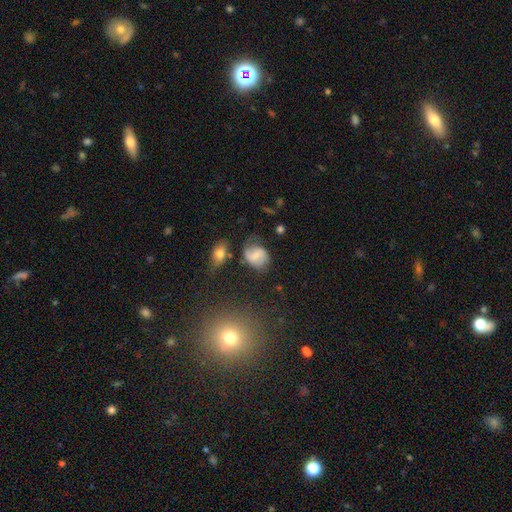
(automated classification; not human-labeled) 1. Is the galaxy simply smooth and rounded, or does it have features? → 47% featured or disk, 43% smooth, 10% star or artifact.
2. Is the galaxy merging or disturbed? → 62% none, 22% minor disturbance, 10% major disturbance, 5% merger.